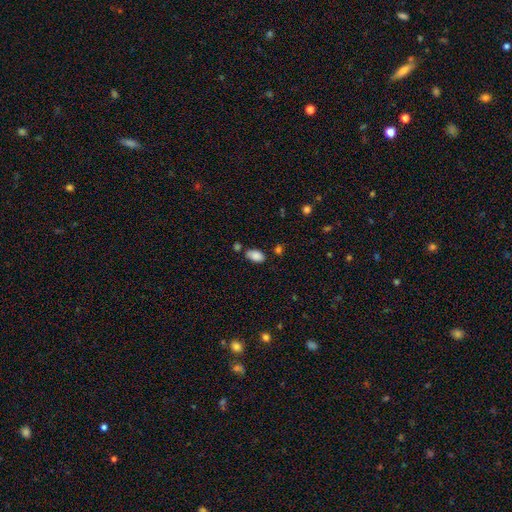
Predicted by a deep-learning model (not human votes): The model was most divided on "merging": none: 68%, minor disturbance: 18%, merger: 10%, major disturbance: 4%. More confident: how rounded — in between (94%); smooth or featured — smooth (87%).